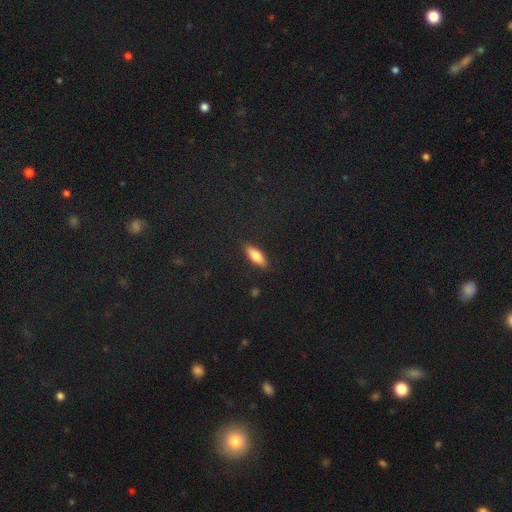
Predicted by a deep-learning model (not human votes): Smooth or featured: smooth — 72% (featured or disk — 21%)
How rounded: in between — 60% (cigar-shaped — 38%)
Merging: none — 87% (minor disturbance — 9%)